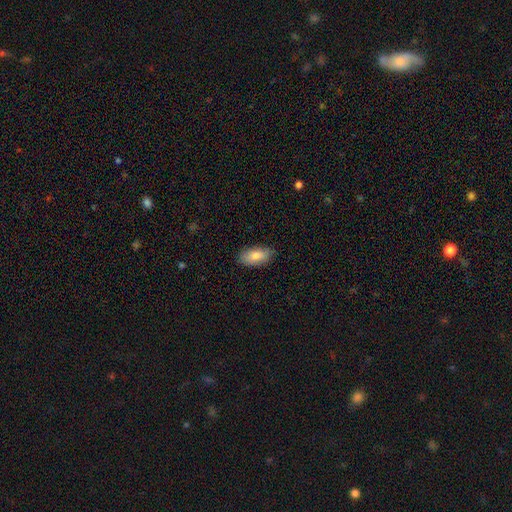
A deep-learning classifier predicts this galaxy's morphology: This appears to be a smooth galaxy with no disk features (82%) that is in between round and cigar-shaped (89%). Merging: none (83%).